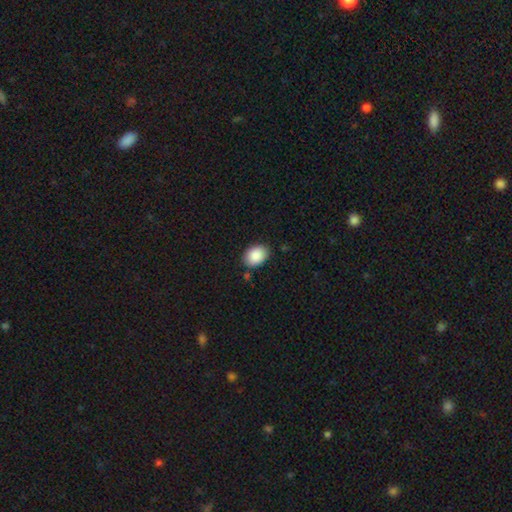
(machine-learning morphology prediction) A smooth galaxy with no disk features (89%) that is in between round and cigar-shaped (77%). Merging: none (84%).